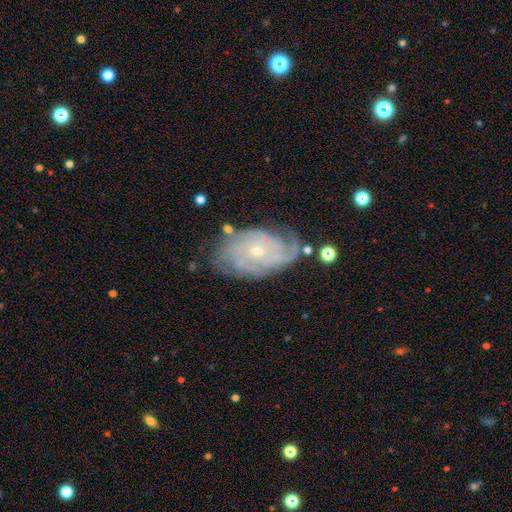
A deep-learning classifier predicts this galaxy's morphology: smooth_or_featured: featured or disk (p=0.86) [alt: smooth p=0.08]
disk_edge_on: no (p=0.96) [alt: yes p=0.04]
bar: no (p=0.67) [alt: weak p=0.28]
has_spiral_arms: yes (p=0.95) [alt: no p=0.05]
spiral_winding: tight (p=0.64) [alt: medium p=0.29]
spiral_arm_count: can't tell (p=0.33) [alt: 4 p=0.21]
bulge_size: small (p=0.64) [alt: moderate p=0.33]
merging: none (p=0.65) [alt: minor disturbance p=0.23]